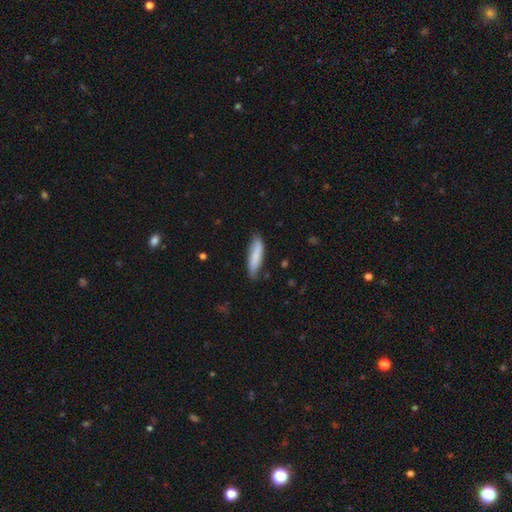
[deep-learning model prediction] Smooth or featured? Predicted: smooth (p=0.81). How rounded? Predicted: cigar-shaped (p=0.71). Merging? Predicted: none (p=0.75).